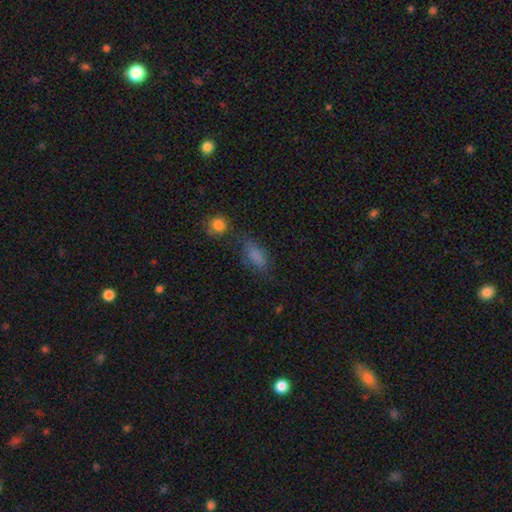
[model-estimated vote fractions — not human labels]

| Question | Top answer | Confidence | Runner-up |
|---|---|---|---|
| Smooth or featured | smooth | 80% | star or artifact (12%) |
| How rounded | in between | 81% | cigar-shaped (13%) |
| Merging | none | 62% | minor disturbance (21%) |